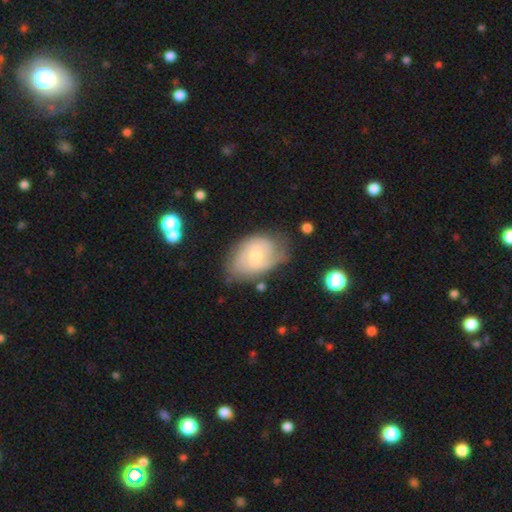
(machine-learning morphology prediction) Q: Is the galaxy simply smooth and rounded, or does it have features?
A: featured or disk — 61%.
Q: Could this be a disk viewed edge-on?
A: no — 95%.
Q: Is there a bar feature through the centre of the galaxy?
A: no — 66%.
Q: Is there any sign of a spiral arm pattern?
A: yes — 83%.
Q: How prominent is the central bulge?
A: small — 53%.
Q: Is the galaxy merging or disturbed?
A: none — 61%.